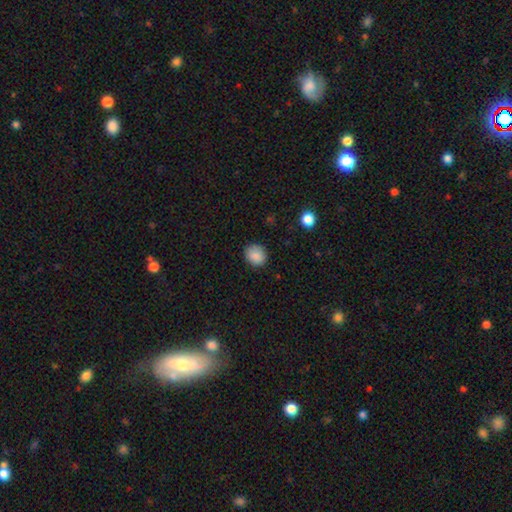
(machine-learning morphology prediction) Smooth or featured: smooth — 88% (star or artifact — 9%)
How rounded: round — 73% (in between — 26%)
Merging: none — 85% (minor disturbance — 11%)